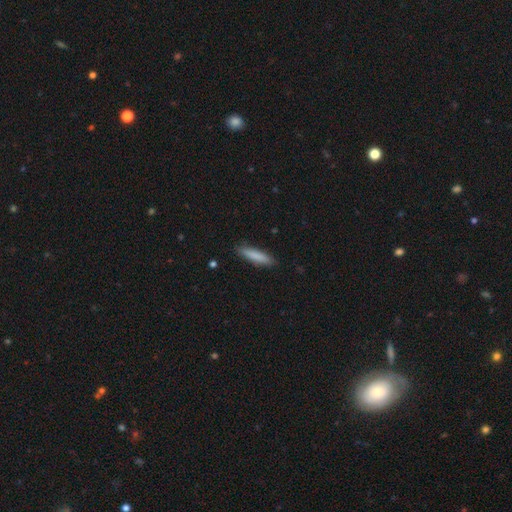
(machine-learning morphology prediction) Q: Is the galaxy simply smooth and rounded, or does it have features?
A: smooth — 83%.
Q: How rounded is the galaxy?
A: cigar-shaped — 83%.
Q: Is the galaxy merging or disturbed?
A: none — 87%.